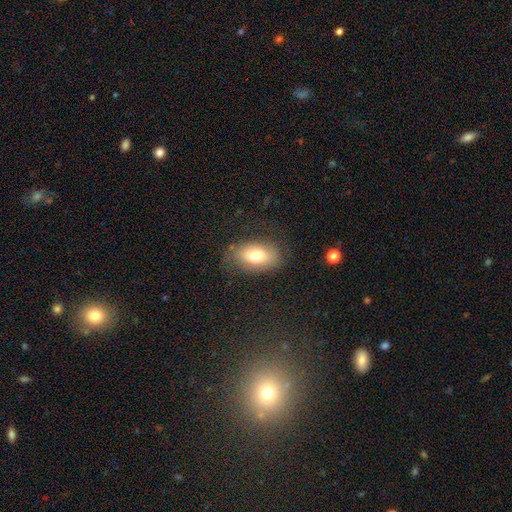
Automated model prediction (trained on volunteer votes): Smooth or featured?
  - smooth: 73% *
  - featured or disk: 19%
  - star or artifact: 8%
How rounded?
  - in between: 89% *
  - round: 8%
  - cigar-shaped: 2%
Merging?
  - none: 76% *
  - minor disturbance: 16%
  - major disturbance: 7%
  - merger: 1%